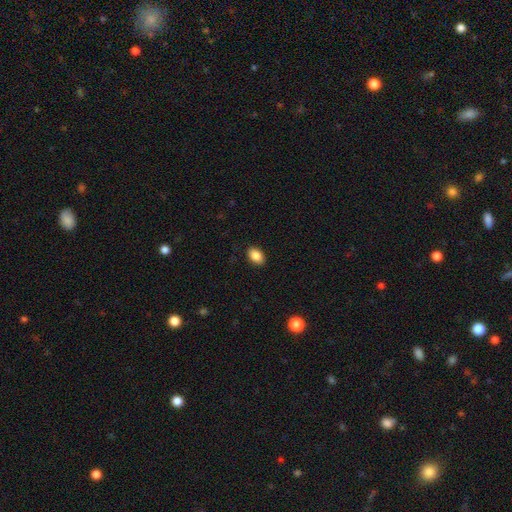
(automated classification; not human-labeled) A smooth galaxy with no disk features (88%) that is in between round and cigar-shaped (88%). Merging: none (89%).